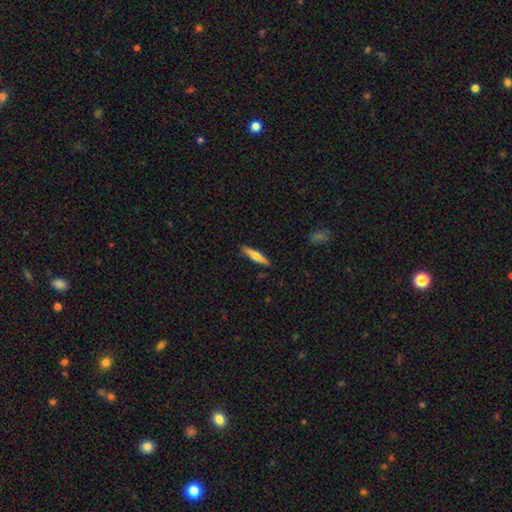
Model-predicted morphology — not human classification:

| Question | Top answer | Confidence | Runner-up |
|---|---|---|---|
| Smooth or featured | smooth | 58% | featured or disk (36%) |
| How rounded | cigar-shaped | 85% | in between (13%) |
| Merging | none | 89% | minor disturbance (8%) |